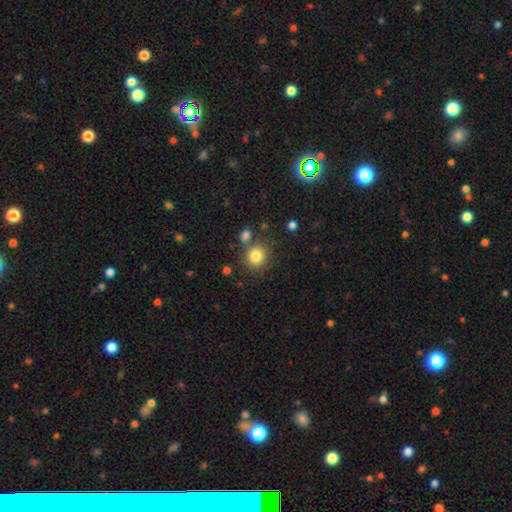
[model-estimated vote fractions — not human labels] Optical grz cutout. It shows a smooth galaxy with no disk features (83%) that is round (85%). Merging: none (74%).